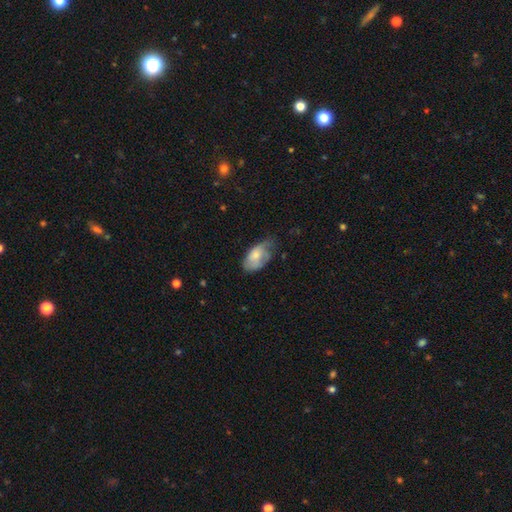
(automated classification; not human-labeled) Smooth or featured? Predicted: smooth (p=0.63). How rounded? Predicted: in between (p=0.92). Merging? Predicted: minor disturbance (p=0.42).